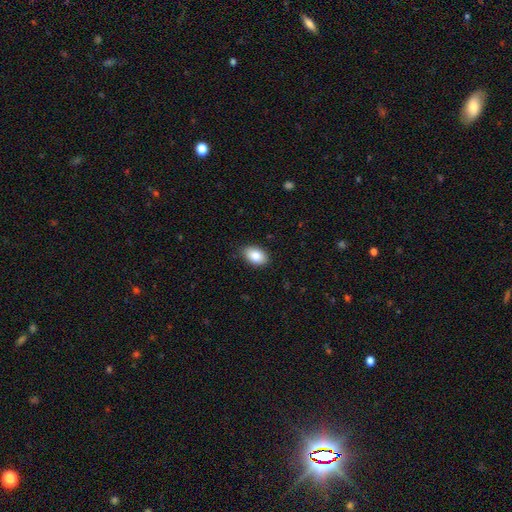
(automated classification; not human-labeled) Smooth or featured? Predicted: smooth (p=0.87). How rounded? Predicted: in between (p=0.90). Merging? Predicted: none (p=0.86).